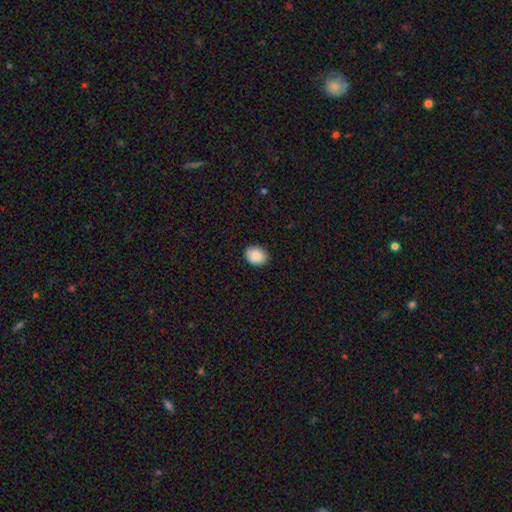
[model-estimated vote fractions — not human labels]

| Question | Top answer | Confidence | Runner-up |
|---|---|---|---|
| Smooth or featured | smooth | 87% | star or artifact (8%) |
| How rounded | in between | 57% | round (42%) |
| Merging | none | 89% | minor disturbance (8%) |